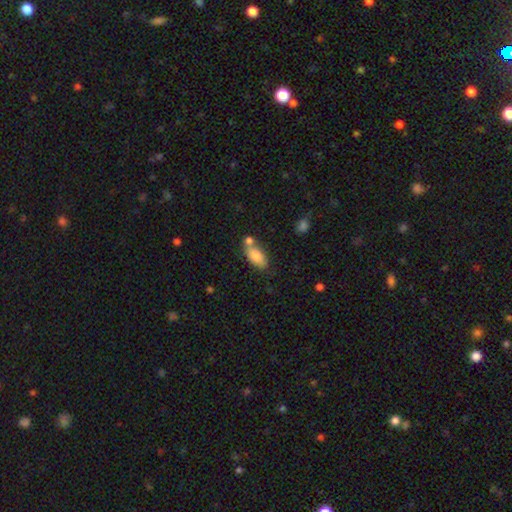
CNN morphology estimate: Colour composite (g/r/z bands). It shows a smooth galaxy with no disk features (79%) that is in between round and cigar-shaped (86%). Merging: none (55%).